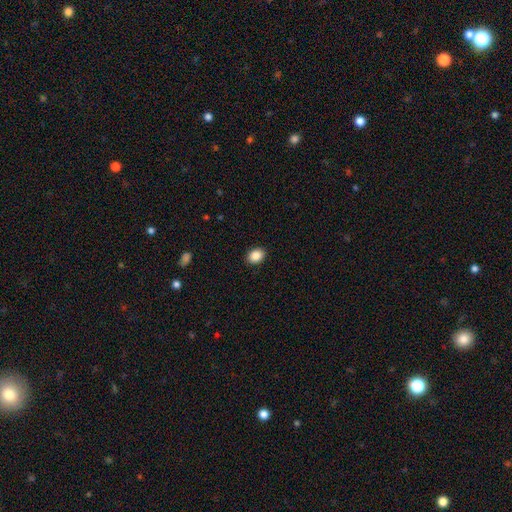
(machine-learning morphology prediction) Smooth or featured? smooth (87%)
How rounded? in between (62%)
Merging? none (91%)